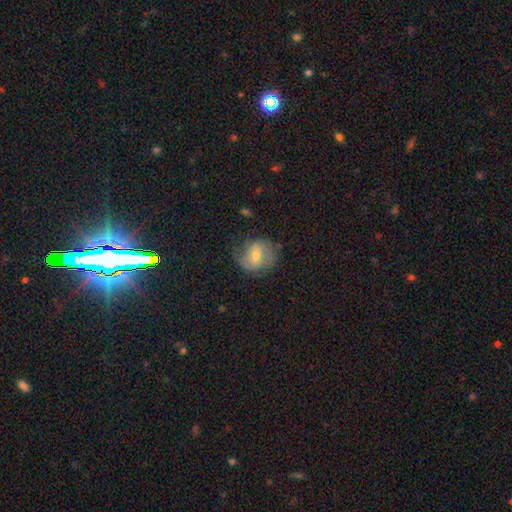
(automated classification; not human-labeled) smooth_or_featured: featured or disk (p=0.51) [alt: smooth p=0.41]
disk_edge_on: no (p=0.96) [alt: yes p=0.04]
merging: none (p=0.60) [alt: minor disturbance p=0.25]